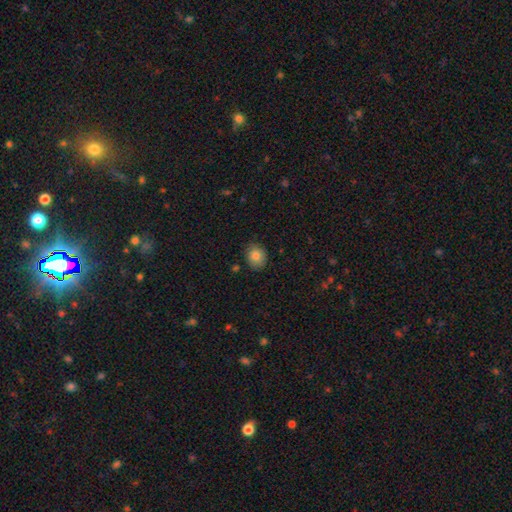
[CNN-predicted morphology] This appears to be a smooth galaxy with no disk features (84%) that is round (60%). Merging: none (84%).